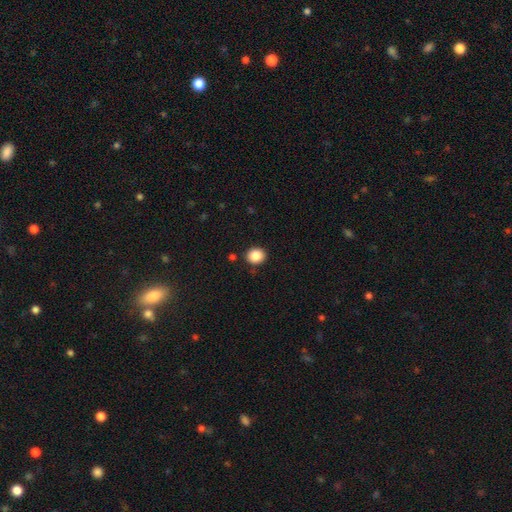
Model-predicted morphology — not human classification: Smooth or featured: smooth — 87% (star or artifact — 9%)
How rounded: round — 71% (in between — 28%)
Merging: none — 89% (minor disturbance — 7%)